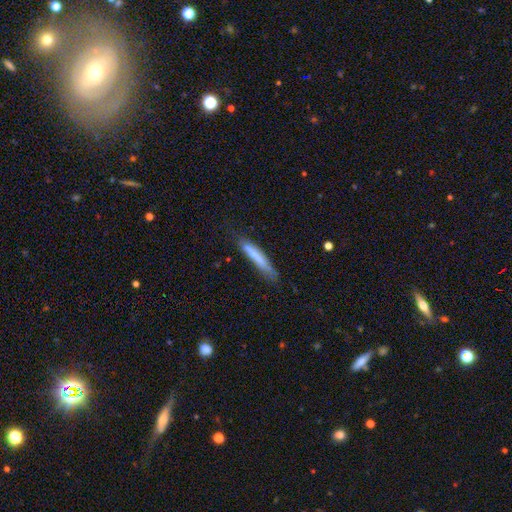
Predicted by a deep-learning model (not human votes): The model was most divided on "merging": none: 67%, minor disturbance: 23%, major disturbance: 7%, merger: 3%. More confident: how rounded — cigar-shaped (93%); smooth or featured — smooth (69%).